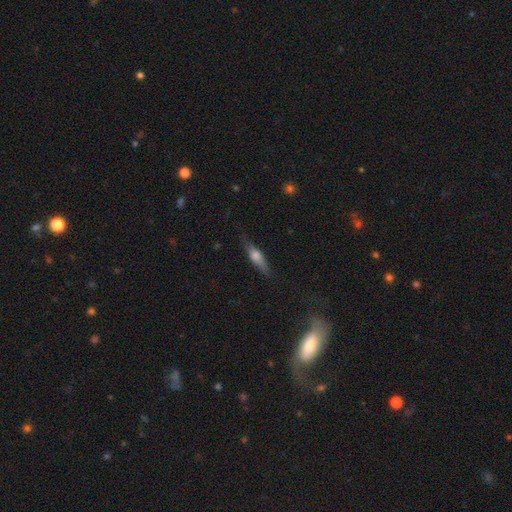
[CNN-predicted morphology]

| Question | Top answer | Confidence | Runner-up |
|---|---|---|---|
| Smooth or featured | smooth | 51% | featured or disk (42%) |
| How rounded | cigar-shaped | 68% | in between (29%) |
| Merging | none | 78% | minor disturbance (17%) |